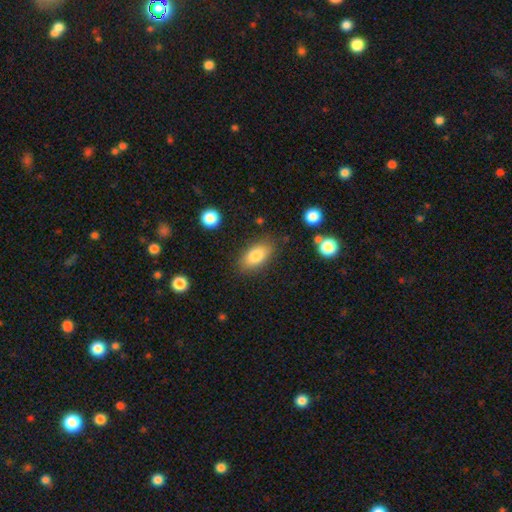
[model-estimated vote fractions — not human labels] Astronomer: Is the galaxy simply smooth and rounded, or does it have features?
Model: smooth — 82%.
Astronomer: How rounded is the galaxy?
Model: in between — 89%.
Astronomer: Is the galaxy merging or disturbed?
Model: none — 82%.